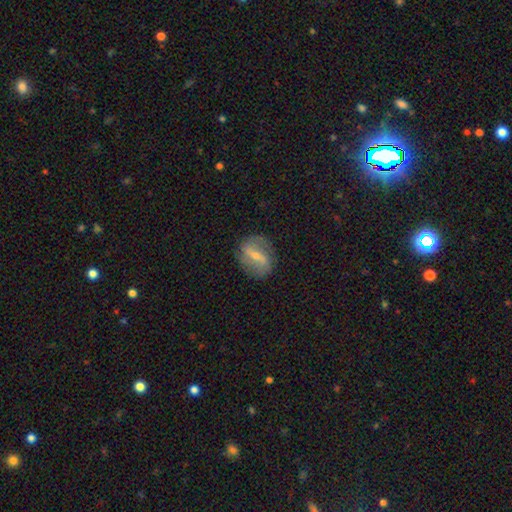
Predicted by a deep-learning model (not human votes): Smooth or featured? Predicted: featured or disk (p=0.69). Edge-on disk? Predicted: no (p=0.94). Bar? Predicted: strong (p=0.46). Spiral arms? Predicted: yes (p=0.77). Bulge size? Predicted: small (p=0.58). Merging? Predicted: none (p=0.79).